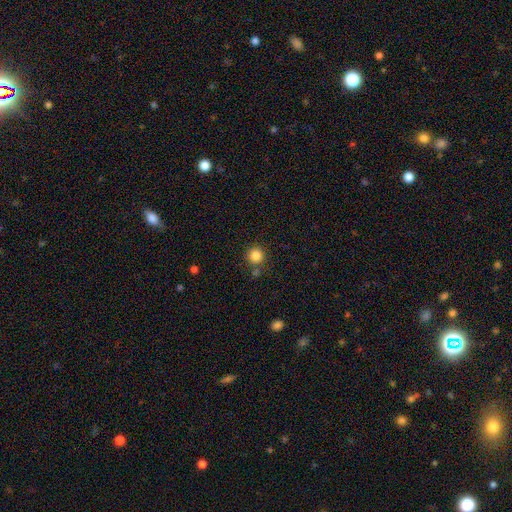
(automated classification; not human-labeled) Smooth or featured?
  - smooth: 85% *
  - star or artifact: 11%
  - featured or disk: 4%
How rounded?
  - round: 94% *
  - in between: 5%
  - cigar-shaped: 1%
Merging?
  - none: 80% *
  - minor disturbance: 9%
  - merger: 8%
  - major disturbance: 3%